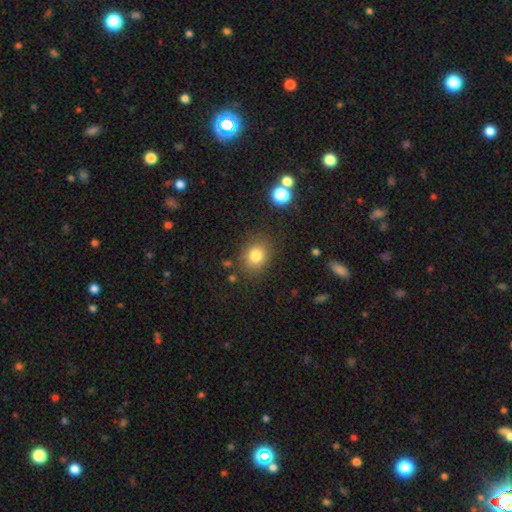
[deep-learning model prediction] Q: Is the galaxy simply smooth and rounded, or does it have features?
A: smooth — 81%.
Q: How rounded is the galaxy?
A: round — 67%.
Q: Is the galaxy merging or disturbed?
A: none — 81%.